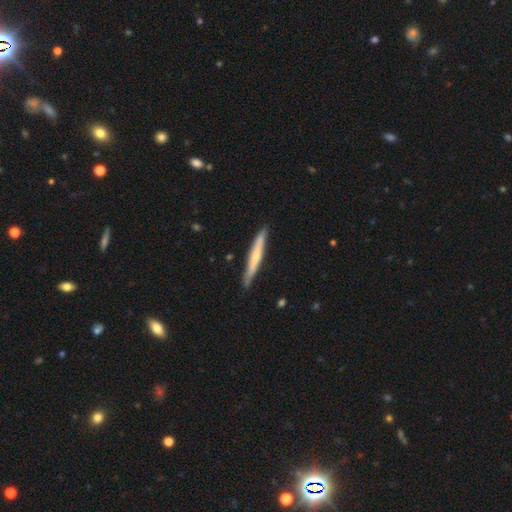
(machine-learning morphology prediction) A smooth galaxy with no disk features (49%).

Vote fractions:
- Smooth or featured? smooth: 49% / featured or disk: 46% / star or artifact: 5%
- Merging? none: 86% / minor disturbance: 11% / major disturbance: 2% / merger: 1%